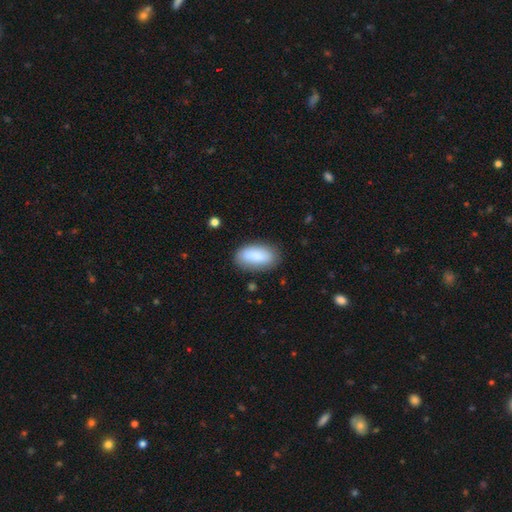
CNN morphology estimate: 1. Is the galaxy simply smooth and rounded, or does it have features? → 86% smooth, 7% featured or disk, 6% star or artifact.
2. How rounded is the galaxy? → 91% in between, 6% cigar-shaped, 3% round.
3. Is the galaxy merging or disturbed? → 80% none, 14% minor disturbance, 4% major disturbance, 2% merger.